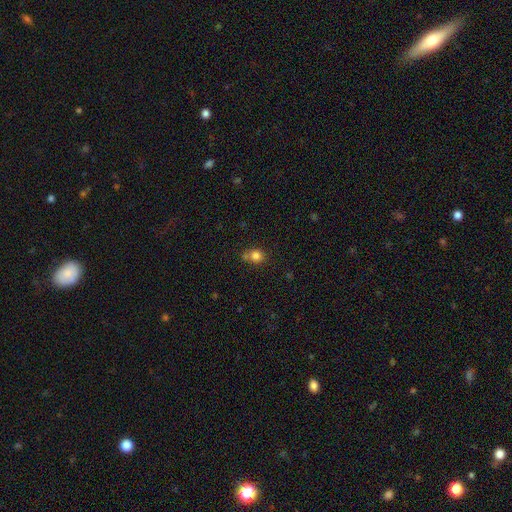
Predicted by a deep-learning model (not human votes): smooth_or_featured: smooth (p=0.81) [alt: star or artifact p=0.12]
how_rounded: round (p=0.79) [alt: in between p=0.20]
merging: none (p=0.59) [alt: merger p=0.21]